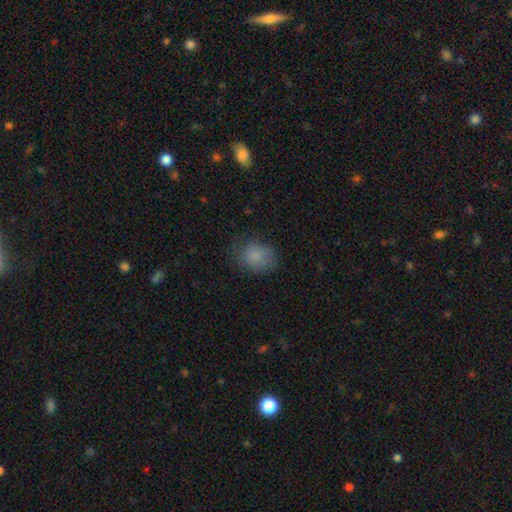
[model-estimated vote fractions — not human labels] Overall: smooth (81%). How rounded: in between (54%; round 45%). Merging: none (63%; minor disturbance 26%).